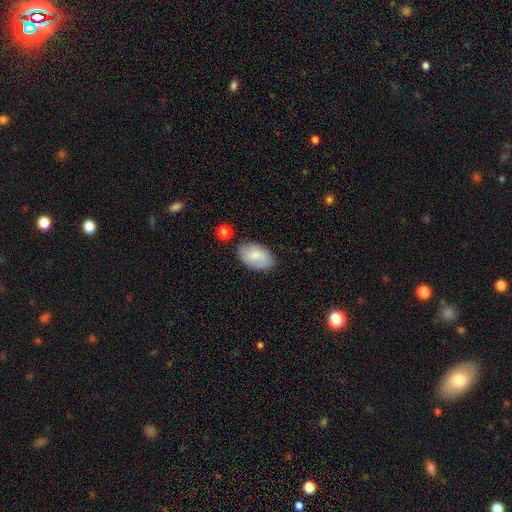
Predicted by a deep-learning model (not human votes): smooth 80%, featured or disk 13%, star or artifact 6%. Down the decision tree: how rounded — in between (93%); merging — none (79%).